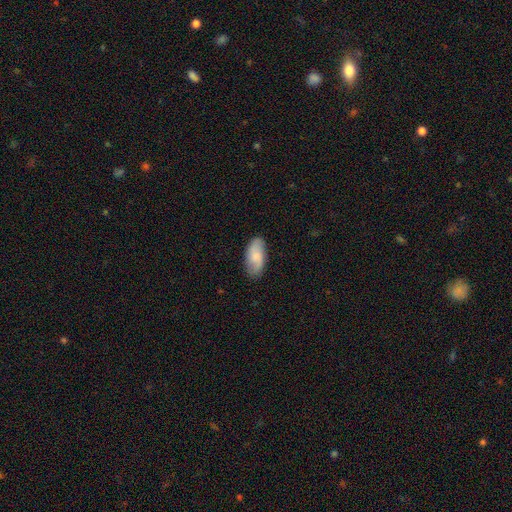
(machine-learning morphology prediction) This is likely a smooth galaxy (70%). How rounded: clearly in between (93%). Merging: clearly none (82%).